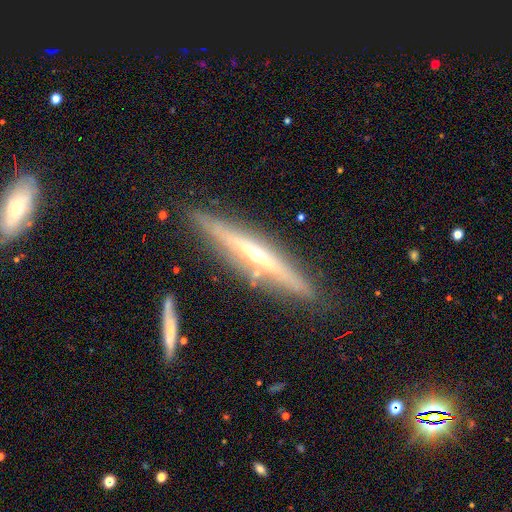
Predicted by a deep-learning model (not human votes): The model was most divided on "edge-on bulge": rounded: 65%, none: 29%, boxy: 7%. More confident: edge-on disk — yes (95%); merging — none (84%); smooth or featured — featured or disk (78%).